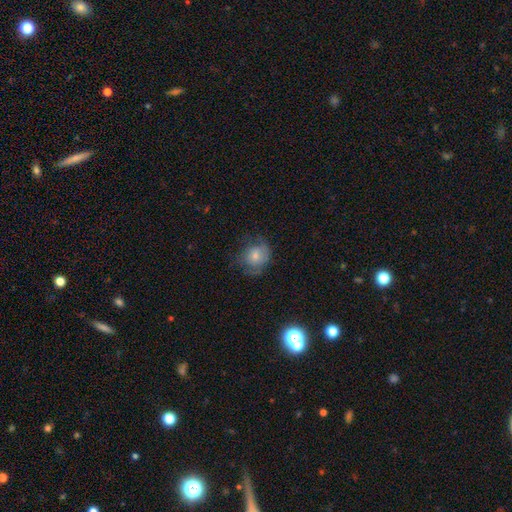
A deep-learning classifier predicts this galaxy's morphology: Q: Smooth or featured?
A: smooth (62%); runner-up: featured or disk (29%)
Q: How rounded?
A: round (69%); runner-up: in between (30%)
Q: Merging?
A: none (51%); runner-up: minor disturbance (27%)